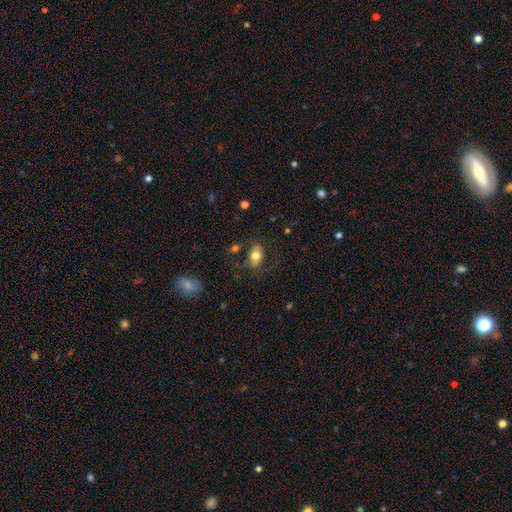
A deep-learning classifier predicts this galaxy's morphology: Smooth or featured? Predicted: smooth (p=0.71). How rounded? Predicted: in between (p=0.84). Merging? Predicted: none (p=0.65).